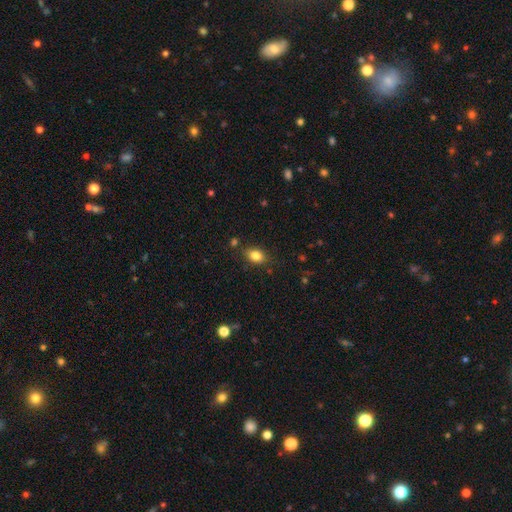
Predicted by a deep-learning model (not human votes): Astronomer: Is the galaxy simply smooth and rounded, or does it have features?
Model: smooth — 84%.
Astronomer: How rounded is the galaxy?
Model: in between — 77%.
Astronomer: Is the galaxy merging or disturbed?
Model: none — 82%.